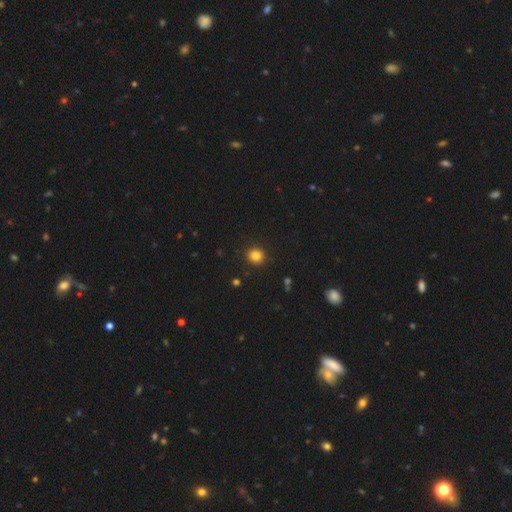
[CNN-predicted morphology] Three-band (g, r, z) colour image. It shows a smooth galaxy with no disk features (83%) that is round (88%). Merging: none (91%).